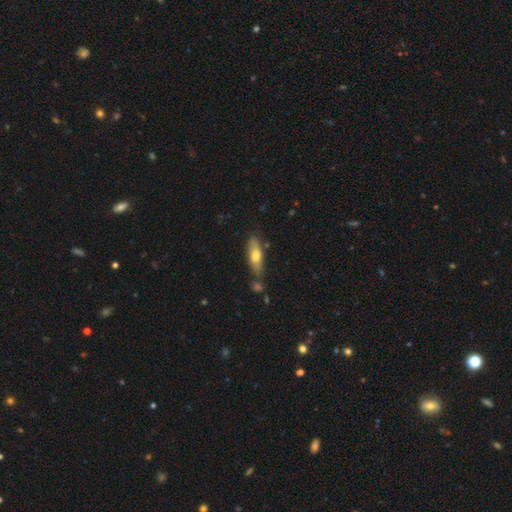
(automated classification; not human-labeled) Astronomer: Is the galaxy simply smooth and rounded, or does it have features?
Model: smooth — 62%.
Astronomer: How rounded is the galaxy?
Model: in between — 52% (runner-up: cigar-shaped, 45%).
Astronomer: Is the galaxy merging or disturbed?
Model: none — 72%.